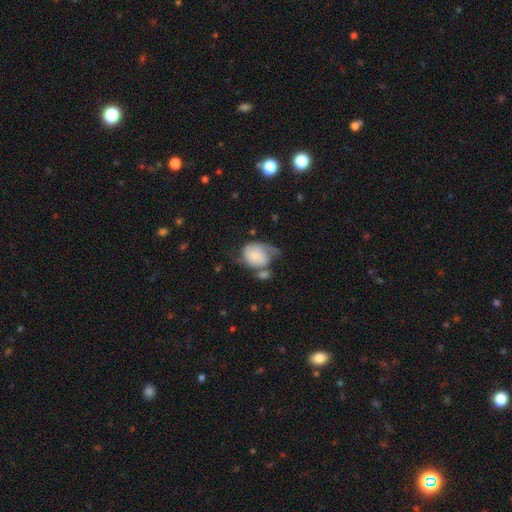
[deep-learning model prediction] A smooth galaxy with no disk features (59%) that is in between round and cigar-shaped (57%).

Vote fractions:
- Smooth or featured? smooth: 59% / featured or disk: 34% / star or artifact: 7%
- How rounded? in between: 57% / round: 42% / cigar-shaped: 1%
- Merging? minor disturbance: 28% (tied) / major disturbance: 28% (tied) / none: 25% / merger: 20%